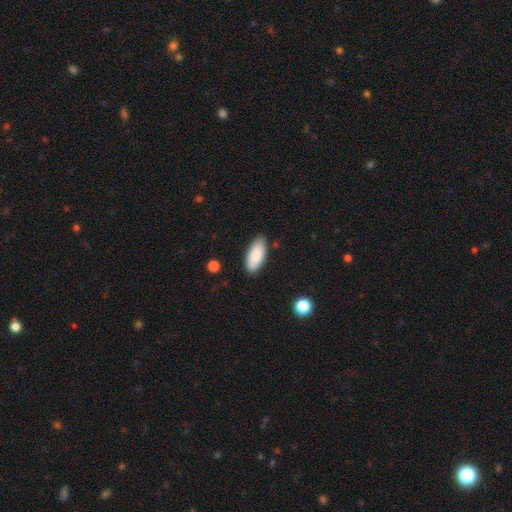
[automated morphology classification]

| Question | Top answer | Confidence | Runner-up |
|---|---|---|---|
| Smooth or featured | smooth | 88% | featured or disk (6%) |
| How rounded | in between | 87% | cigar-shaped (12%) |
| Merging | none | 85% | minor disturbance (11%) |